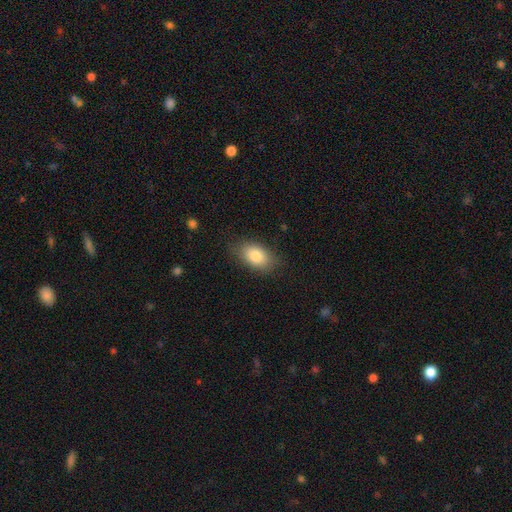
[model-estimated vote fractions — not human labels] Q: Smooth or featured?
A: smooth (84%); runner-up: featured or disk (9%)
Q: How rounded?
A: in between (90%); runner-up: round (8%)
Q: Merging?
A: none (82%); runner-up: minor disturbance (14%)